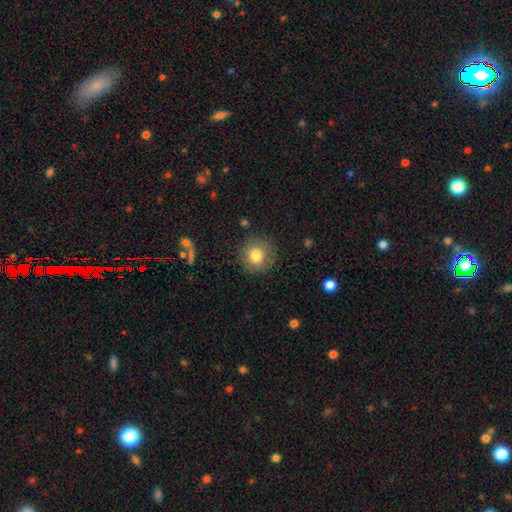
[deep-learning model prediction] Overall: smooth (79%). How rounded: round (93%). Merging: none (85%).